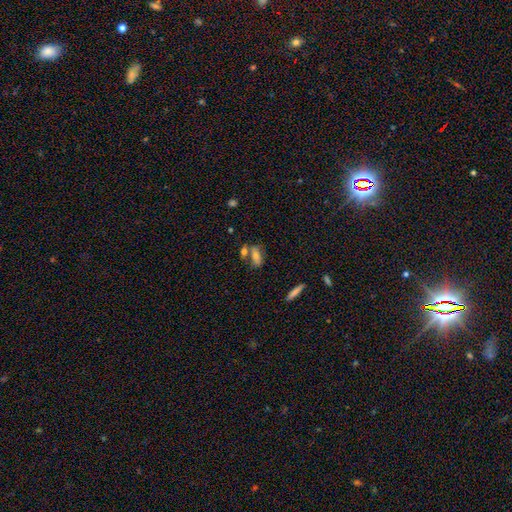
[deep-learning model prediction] The model was most divided on "merging": none: 51%, merger: 30%, minor disturbance: 14%, major disturbance: 6%. More confident: how rounded — in between (68%); smooth or featured — smooth (63%).